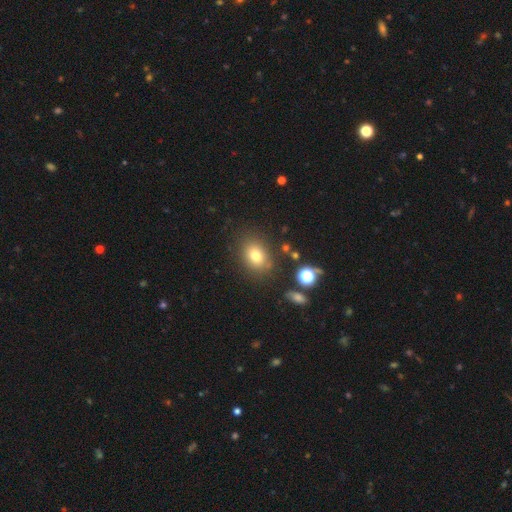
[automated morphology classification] Q: Smooth or featured?
A: smooth (77%); runner-up: star or artifact (13%)
Q: How rounded?
A: in between (62%); runner-up: round (37%)
Q: Merging?
A: none (80%); runner-up: minor disturbance (12%)